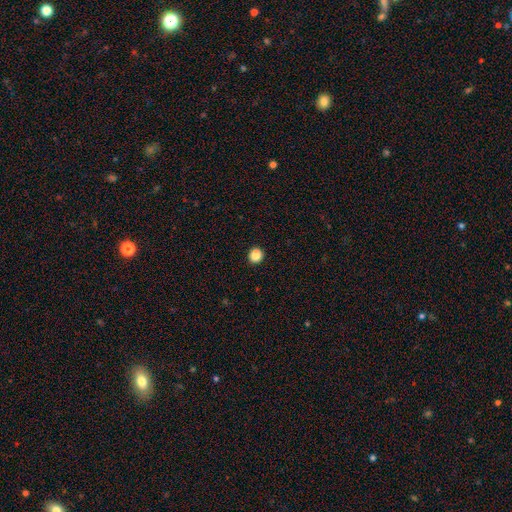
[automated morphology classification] smooth-or-featured: smooth: 87% | star or artifact: 10% | featured or disk: 3%
  how-rounded: round: 92% | in between: 7% | cigar-shaped: 1%
  merging: none: 93% | minor disturbance: 4% | major disturbance: 1% | merger: 1%